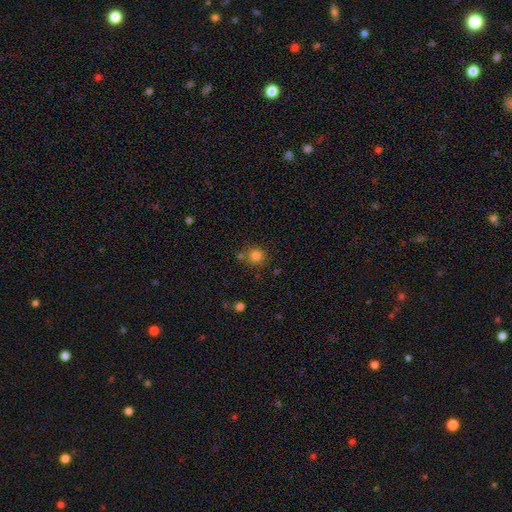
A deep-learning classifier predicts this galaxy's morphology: A smooth galaxy with no disk features (80%) that is round (90%).

Vote fractions:
- Smooth or featured? smooth: 80% / star or artifact: 14% / featured or disk: 6%
- How rounded? round: 90% / in between: 9% / cigar-shaped: 1%
- Merging? none: 75% / merger: 11% / minor disturbance: 11% / major disturbance: 3%